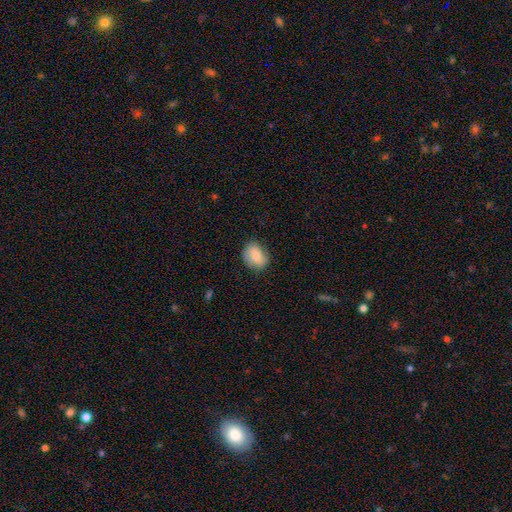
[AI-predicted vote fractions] smooth 77%, featured or disk 15%, star or artifact 7%. Down the decision tree: how rounded — in between (59%); merging — none (77%).